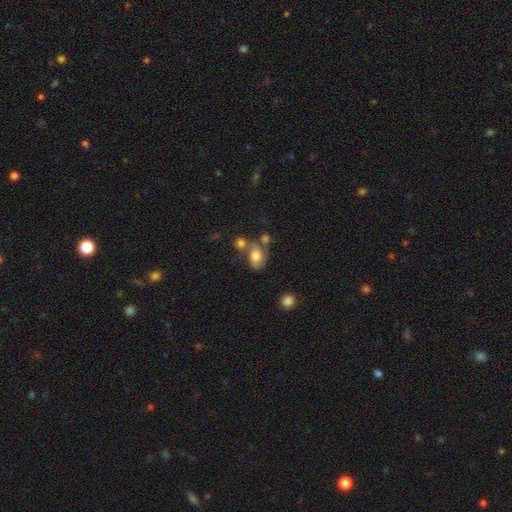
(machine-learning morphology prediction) A smooth galaxy with no disk features (70%) that is in between round and cigar-shaped (78%). Merging: none (40%).